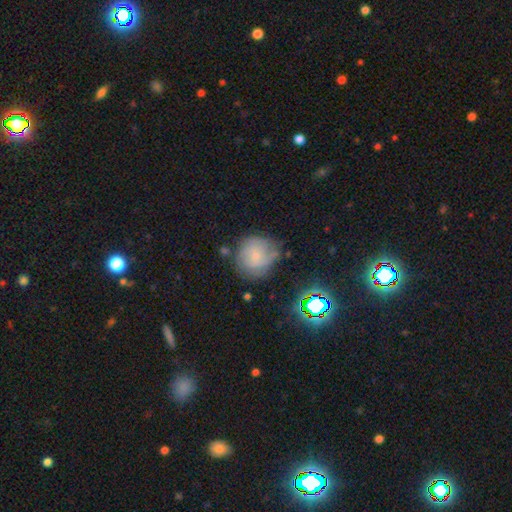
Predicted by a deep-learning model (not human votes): The model was most divided on "smooth or featured": smooth: 50%, featured or disk: 37%, star or artifact: 12%. More confident: how rounded — round (84%); merging — none (57%).